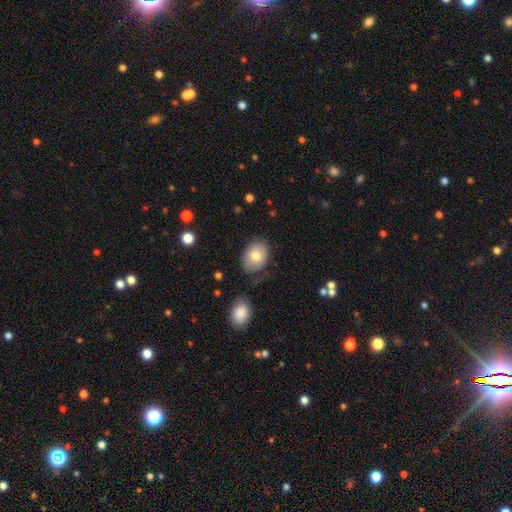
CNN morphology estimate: This appears to be a smooth galaxy with no disk features (77%) that is in between round and cigar-shaped (75%). Merging: none (74%).